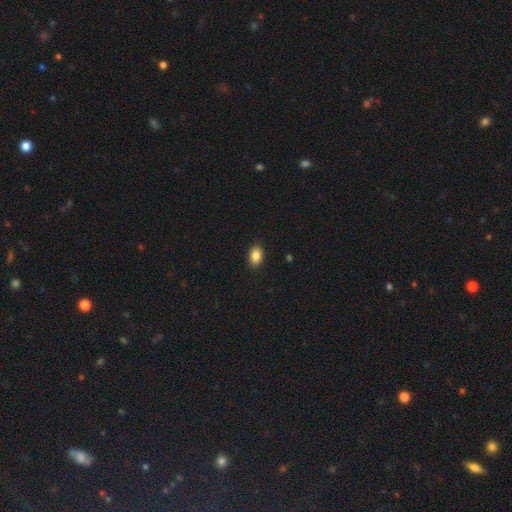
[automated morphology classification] A smooth galaxy with no disk features (87%) that is in between round and cigar-shaped (82%).

Vote fractions:
- Smooth or featured? smooth: 87% / star or artifact: 8% / featured or disk: 5%
- How rounded? in between: 82% / round: 17% / cigar-shaped: 1%
- Merging? none: 89% / minor disturbance: 8% / major disturbance: 2% / merger: 1%